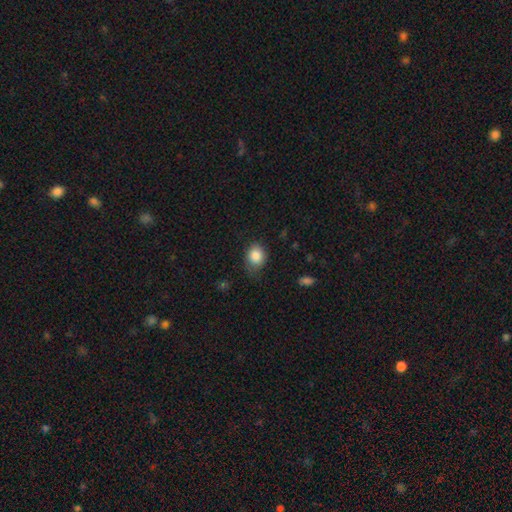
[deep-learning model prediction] Smooth or featured? smooth (86%)
How rounded? round (55%)
Merging? none (68%)